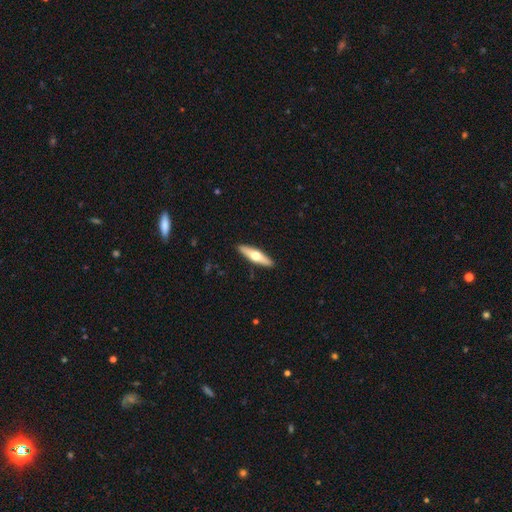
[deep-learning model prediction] A featured or disk galaxy (49%). Merging: none (91%).